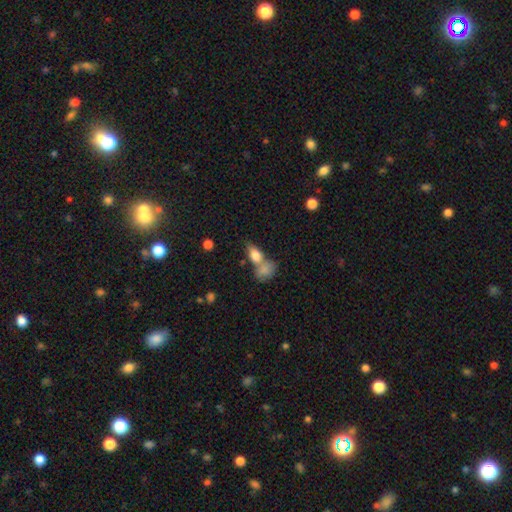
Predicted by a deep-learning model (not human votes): Smooth or featured?
  - smooth: 76% *
  - featured or disk: 16%
  - star or artifact: 8%
How rounded?
  - in between: 80% *
  - round: 12%
  - cigar-shaped: 8%
Merging?
  - merger: 44% *
  - none: 38%
  - minor disturbance: 13%
  - major disturbance: 6%